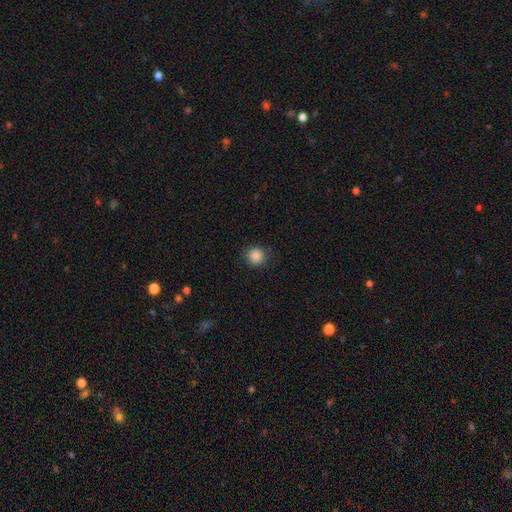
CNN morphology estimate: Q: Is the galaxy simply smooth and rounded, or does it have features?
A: smooth — 86%.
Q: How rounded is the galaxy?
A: round — 92%.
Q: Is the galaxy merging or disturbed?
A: none — 87%.